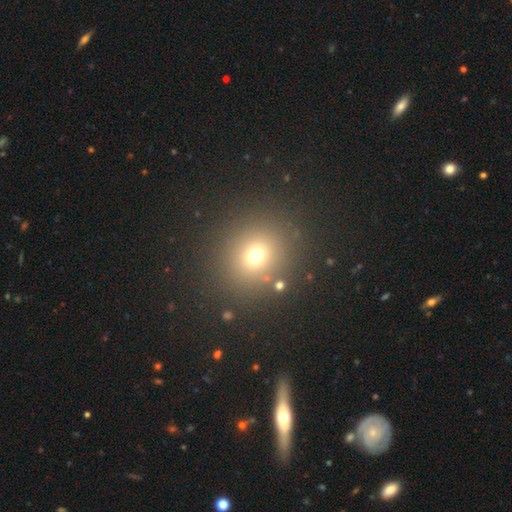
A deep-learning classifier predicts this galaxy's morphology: Q: Smooth or featured?
A: smooth (69%); runner-up: star or artifact (22%)
Q: How rounded?
A: round (82%); runner-up: in between (17%)
Q: Merging?
A: none (86%); runner-up: minor disturbance (7%)